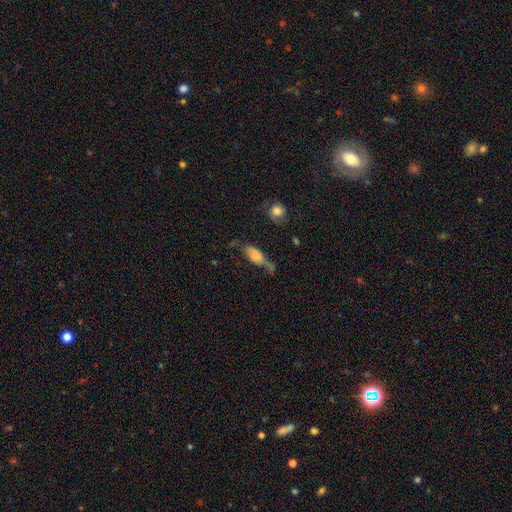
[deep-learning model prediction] smooth 57%, featured or disk 33%, star or artifact 9%. Down the decision tree: how rounded — in between (68%); merging — none (34%).